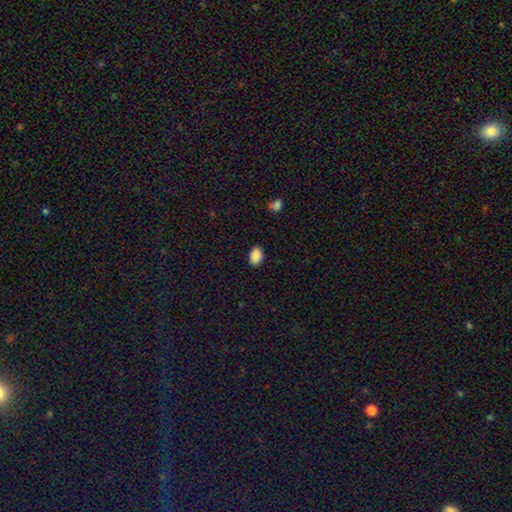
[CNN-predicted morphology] smooth_or_featured: smooth (p=0.89) [alt: star or artifact p=0.08]
how_rounded: in between (p=0.85) [alt: round p=0.14]
merging: none (p=0.87) [alt: minor disturbance p=0.09]